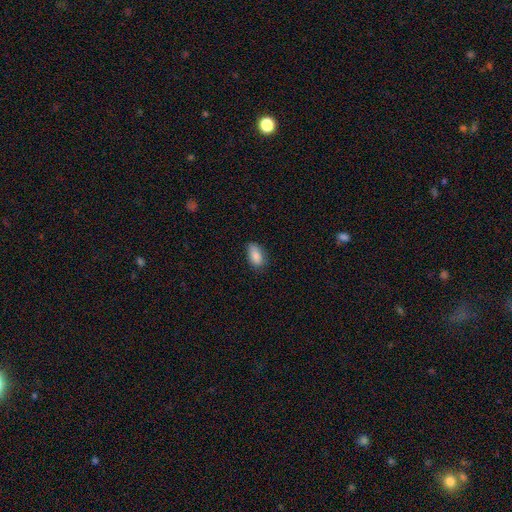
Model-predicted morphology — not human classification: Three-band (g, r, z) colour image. It shows a smooth galaxy with no disk features (86%) that is in between round and cigar-shaped (91%). Merging: none (78%).